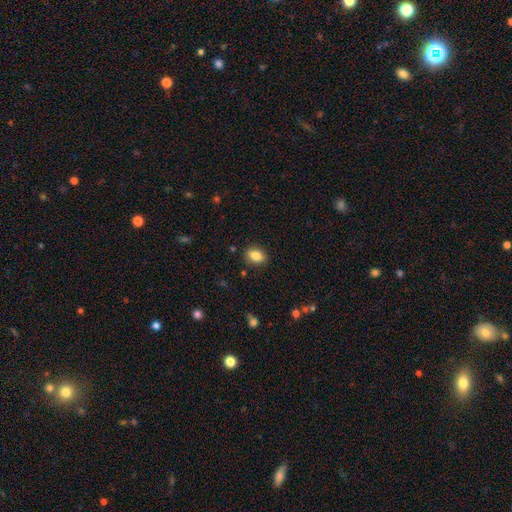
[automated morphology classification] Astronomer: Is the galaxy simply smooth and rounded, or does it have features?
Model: smooth — 86%.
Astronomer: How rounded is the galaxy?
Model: in between — 79%.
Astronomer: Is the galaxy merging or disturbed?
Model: none — 87%.